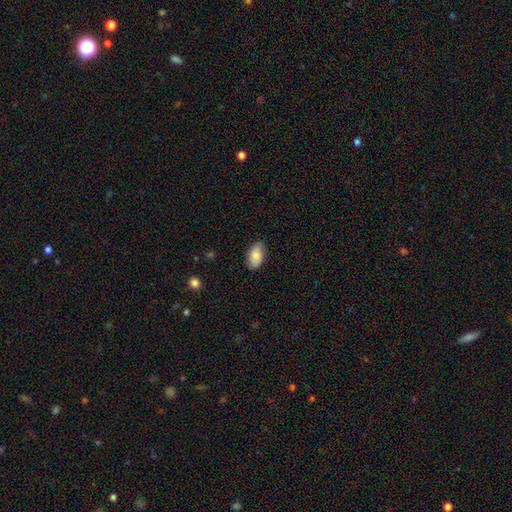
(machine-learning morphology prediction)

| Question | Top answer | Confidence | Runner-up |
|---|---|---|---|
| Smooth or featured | smooth | 83% | featured or disk (11%) |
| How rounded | in between | 94% | round (4%) |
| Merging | none | 81% | minor disturbance (15%) |